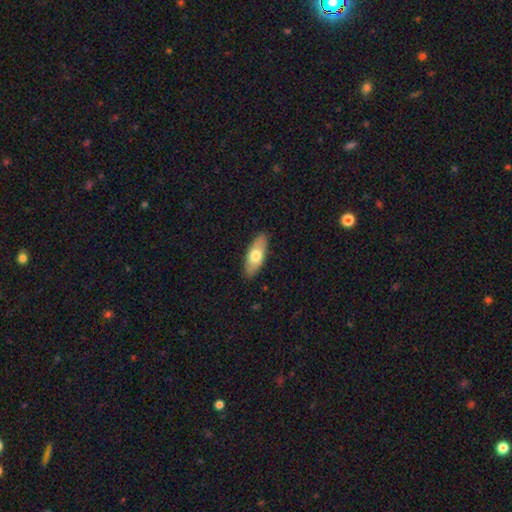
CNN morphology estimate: smooth 68%, featured or disk 26%, star or artifact 5%. Down the decision tree: how rounded — in between (76%); merging — none (89%).